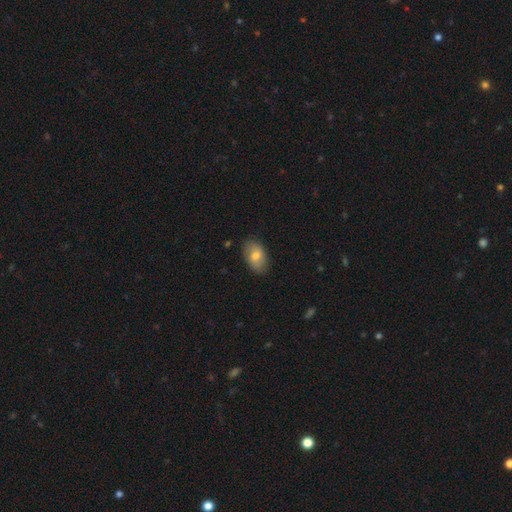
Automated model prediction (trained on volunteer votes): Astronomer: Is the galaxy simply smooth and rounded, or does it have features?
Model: smooth — 73%.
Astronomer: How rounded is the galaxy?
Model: in between — 90%.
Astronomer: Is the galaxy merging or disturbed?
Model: none — 83%.